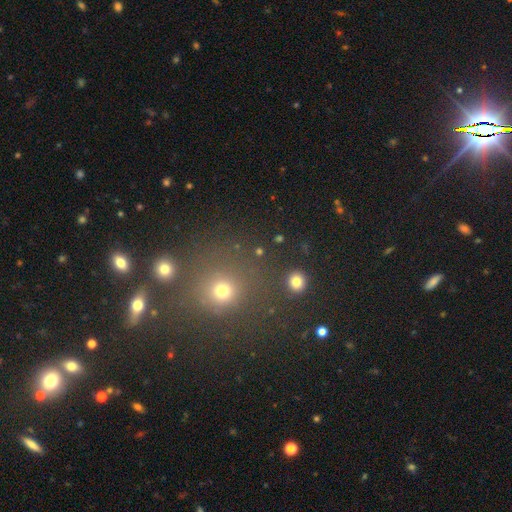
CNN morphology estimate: Q: Smooth or featured?
A: smooth (52%); runner-up: star or artifact (40%)
Q: How rounded?
A: round (90%); runner-up: in between (9%)
Q: Merging?
A: none (81%); runner-up: minor disturbance (8%)